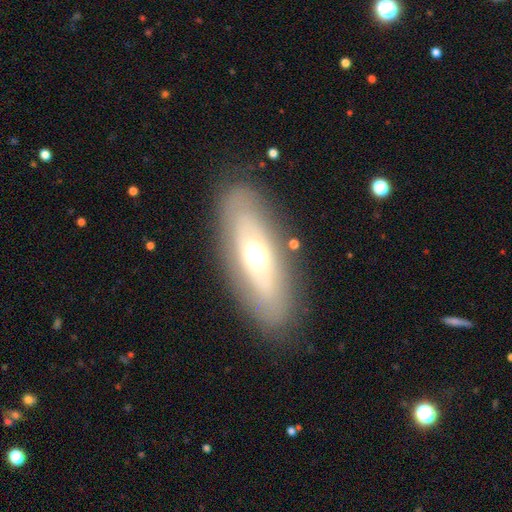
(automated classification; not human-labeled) A featured or disk galaxy (46%).

Vote fractions:
- Smooth or featured? featured or disk: 46% / smooth: 44% / star or artifact: 9%
- Merging? none: 83% / minor disturbance: 10% / major disturbance: 5% / merger: 1%